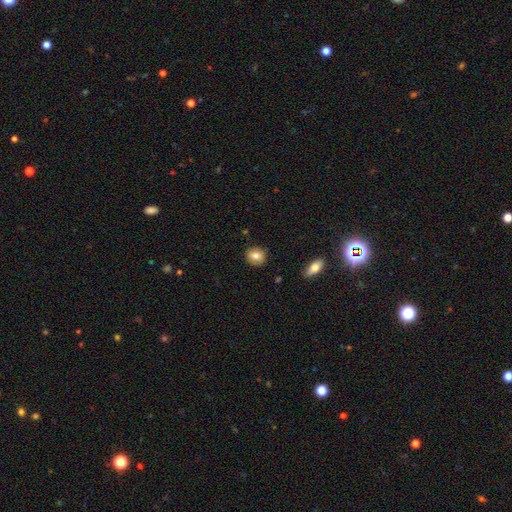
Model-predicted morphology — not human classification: This appears to be a smooth galaxy with no disk features (82%) that is round (74%). Merging: none (88%).